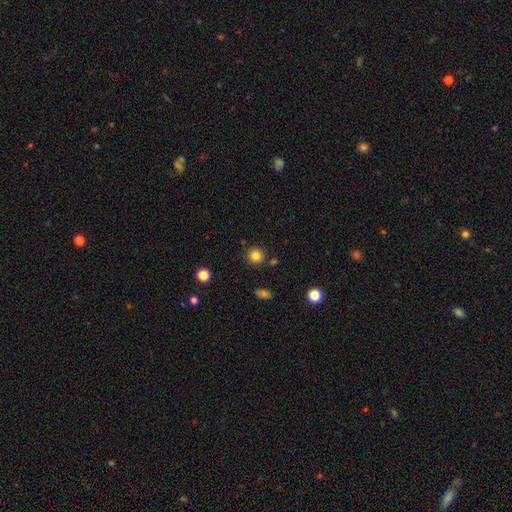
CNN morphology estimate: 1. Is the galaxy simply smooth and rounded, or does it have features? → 83% smooth, 12% star or artifact, 5% featured or disk.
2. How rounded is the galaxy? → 93% round, 6% in between, 1% cigar-shaped.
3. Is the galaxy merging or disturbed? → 87% none, 7% minor disturbance, 4% merger, 2% major disturbance.